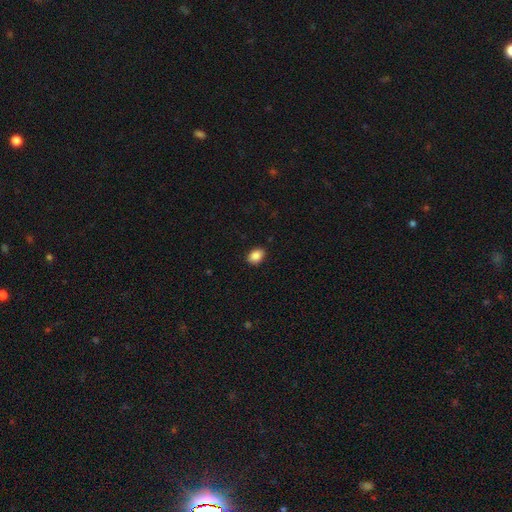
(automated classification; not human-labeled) Smooth or featured? Predicted: smooth (p=0.88). How rounded? Predicted: in between (p=0.76). Merging? Predicted: none (p=0.89).